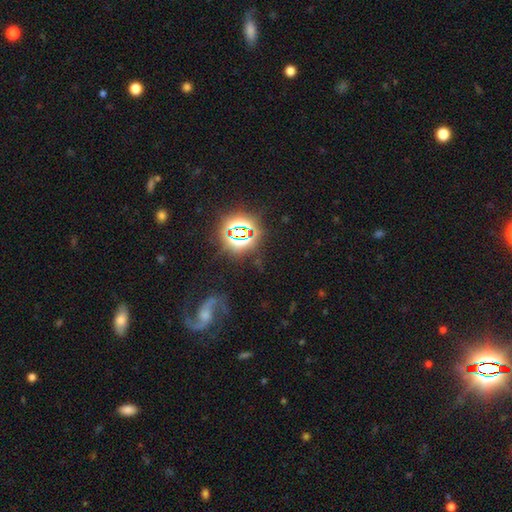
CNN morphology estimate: Overall: star or artifact (49%; featured or disk 34%).